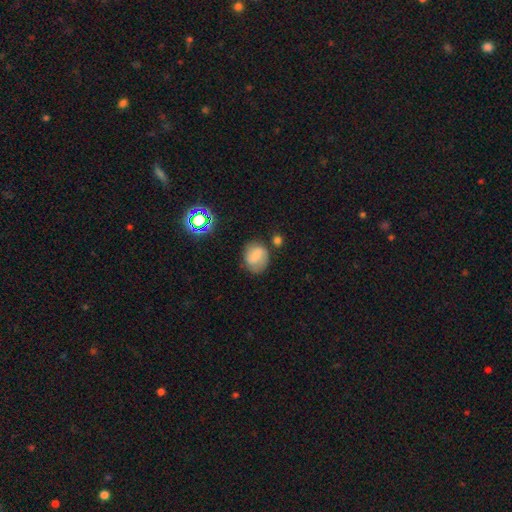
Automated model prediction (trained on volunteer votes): smooth 63%, featured or disk 25%, star or artifact 12%. Down the decision tree: how rounded — round (58%); merging — none (68%).